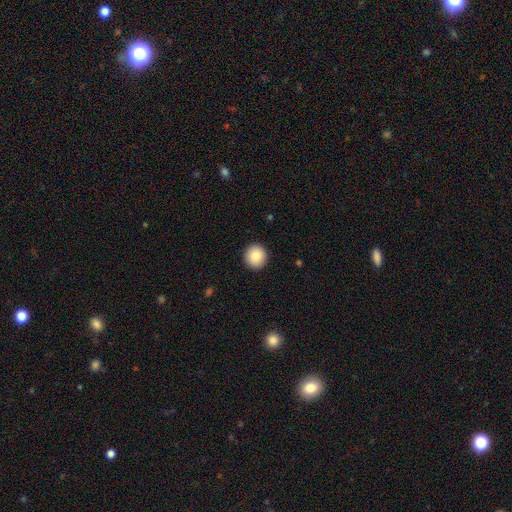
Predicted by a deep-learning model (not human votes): This appears to be a smooth galaxy with no disk features (84%) that is round (92%). Merging: none (93%).